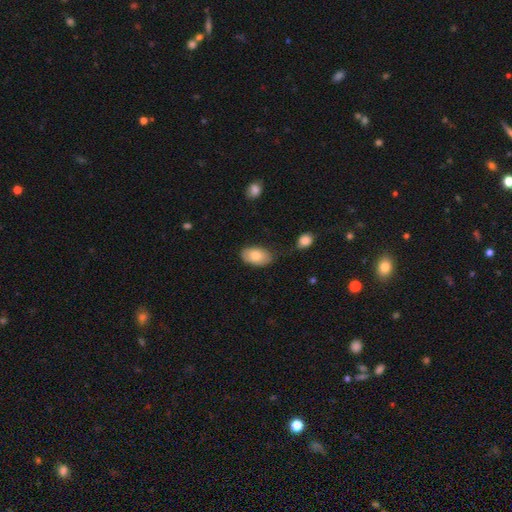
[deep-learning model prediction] This appears to be a smooth galaxy with no disk features (79%) that is in between round and cigar-shaped (93%). Merging: none (69%).